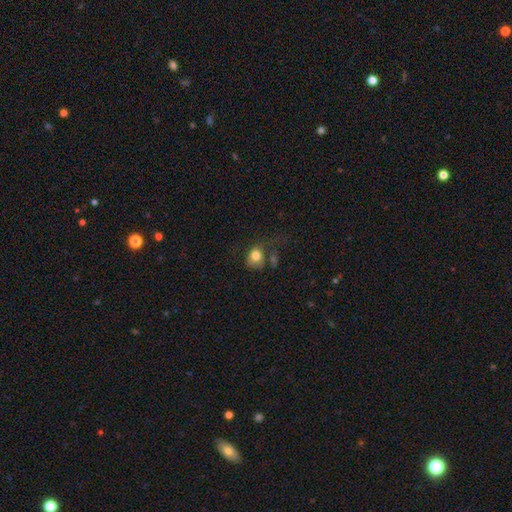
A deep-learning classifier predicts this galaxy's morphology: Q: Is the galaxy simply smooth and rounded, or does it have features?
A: smooth — 78%.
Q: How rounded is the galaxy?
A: round — 55%.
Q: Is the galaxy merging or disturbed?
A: none — 36%.